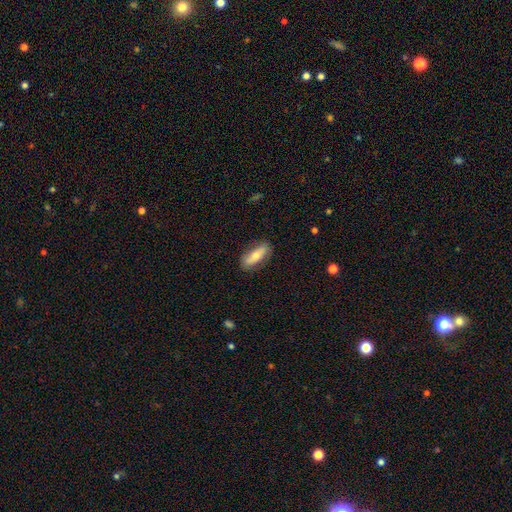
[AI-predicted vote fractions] A smooth galaxy with no disk features (63%) that is in between round and cigar-shaped (64%).

Vote fractions:
- Smooth or featured? smooth: 63% / featured or disk: 31% / star or artifact: 6%
- How rounded? in between: 64% / cigar-shaped: 33% / round: 3%
- Merging? none: 83% / minor disturbance: 13% / major disturbance: 3% / merger: 1%